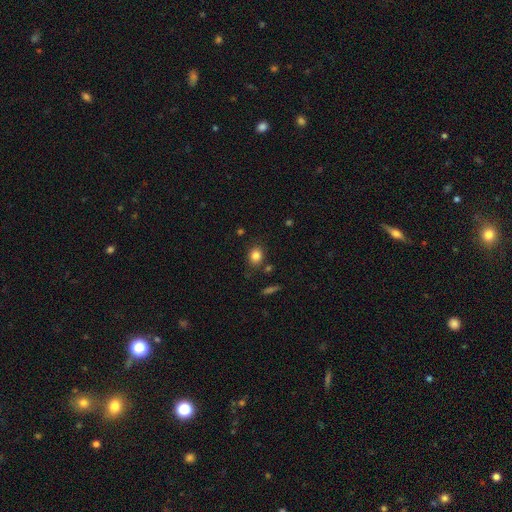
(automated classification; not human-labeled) Smooth or featured?
  - smooth: 83% *
  - star or artifact: 11%
  - featured or disk: 6%
How rounded?
  - round: 63% *
  - in between: 36%
  - cigar-shaped: 1%
Merging?
  - none: 81% *
  - minor disturbance: 11%
  - merger: 4%
  - major disturbance: 3%